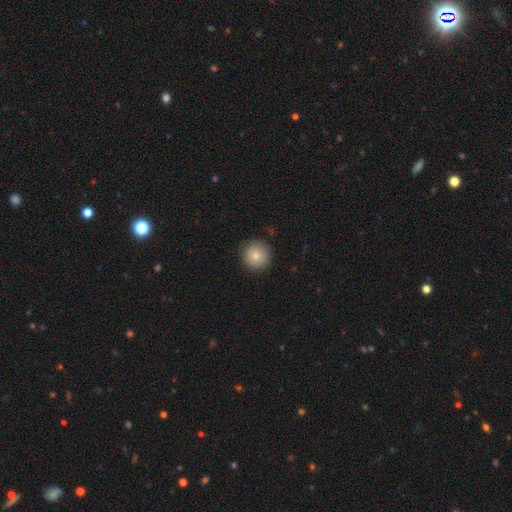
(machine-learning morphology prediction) Smooth or featured?
  - smooth: 80% *
  - featured or disk: 10%
  - star or artifact: 9%
How rounded?
  - round: 94% *
  - in between: 5%
  - cigar-shaped: 1%
Merging?
  - none: 86% *
  - minor disturbance: 10%
  - major disturbance: 3%
  - merger: 1%